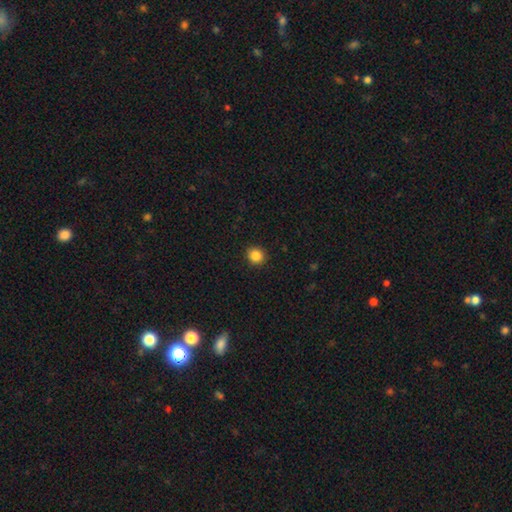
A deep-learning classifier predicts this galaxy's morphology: Q: Smooth or featured?
A: smooth (85%); runner-up: star or artifact (11%)
Q: How rounded?
A: round (89%); runner-up: in between (10%)
Q: Merging?
A: none (92%); runner-up: minor disturbance (5%)